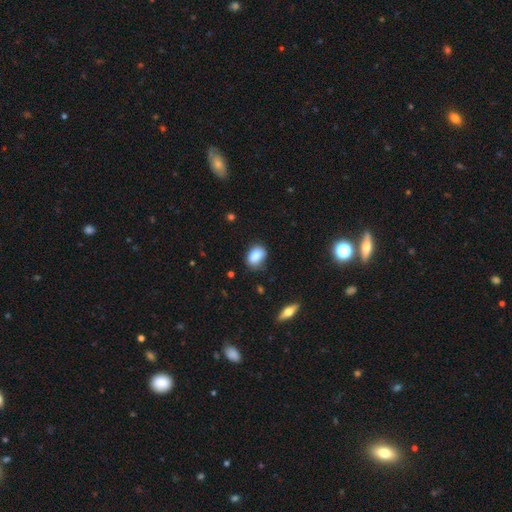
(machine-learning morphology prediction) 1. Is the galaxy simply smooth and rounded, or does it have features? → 85% smooth, 8% star or artifact, 7% featured or disk.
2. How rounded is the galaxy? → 75% in between, 24% round, 2% cigar-shaped.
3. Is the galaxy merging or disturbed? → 71% none, 23% minor disturbance, 4% major disturbance, 2% merger.